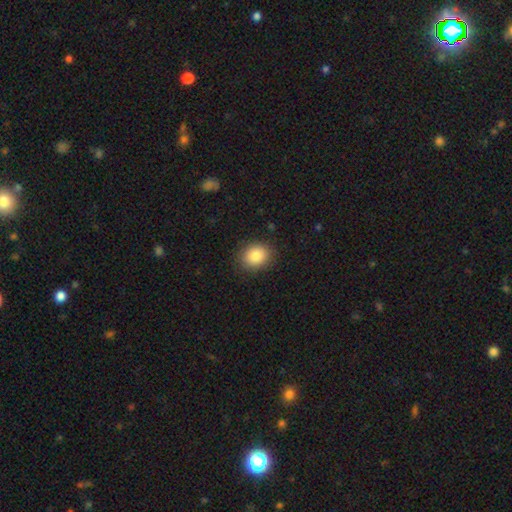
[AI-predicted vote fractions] smooth 86%, star or artifact 8%, featured or disk 6%. Down the decision tree: how rounded — round (53%); merging — none (87%).